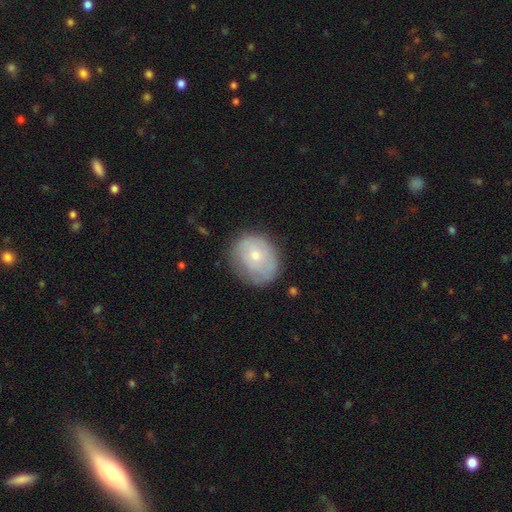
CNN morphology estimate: A smooth galaxy with no disk features (58%) that is round (69%).

Vote fractions:
- Smooth or featured? smooth: 58% / featured or disk: 34% / star or artifact: 7%
- How rounded? round: 69% / in between: 30% / cigar-shaped: 1%
- Merging? none: 66% / minor disturbance: 24% / major disturbance: 8% / merger: 2%